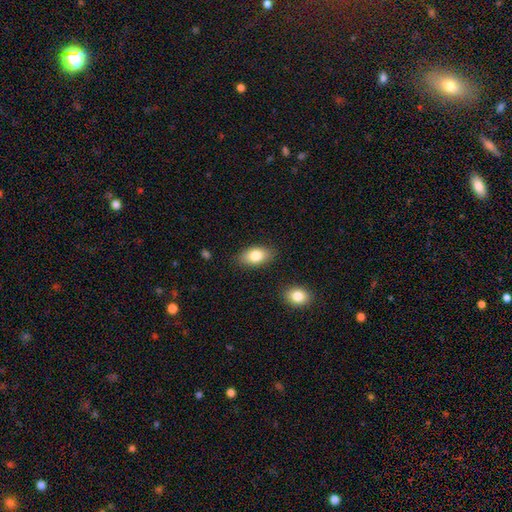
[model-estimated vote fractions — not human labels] Q: Smooth or featured?
A: smooth (82%); runner-up: featured or disk (11%)
Q: How rounded?
A: in between (92%); runner-up: round (6%)
Q: Merging?
A: none (84%); runner-up: minor disturbance (11%)